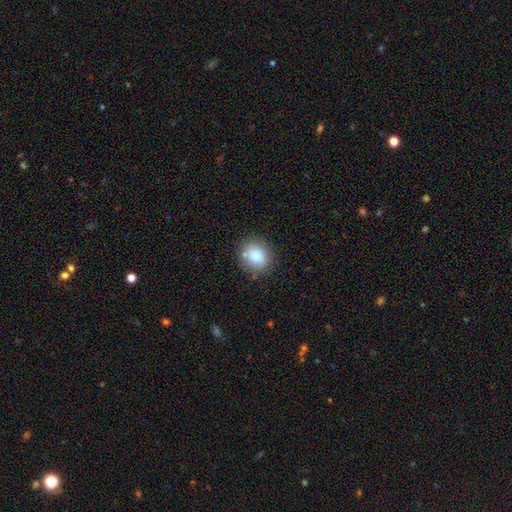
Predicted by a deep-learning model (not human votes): A smooth galaxy with no disk features (84%) that is round (73%). Merging: none (80%).